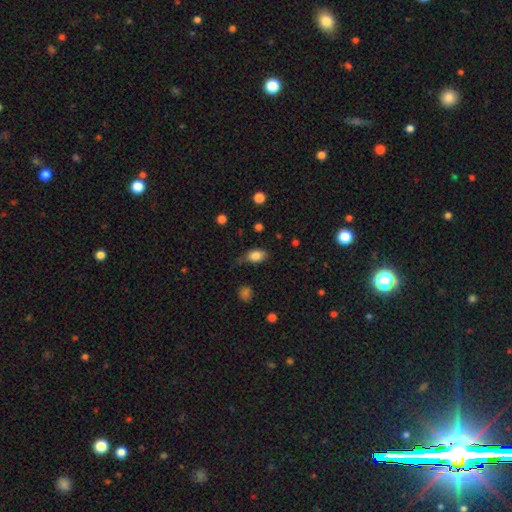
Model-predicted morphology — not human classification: This appears to be a smooth galaxy with no disk features (83%) that is in between round and cigar-shaped (86%). Merging: none (65%).